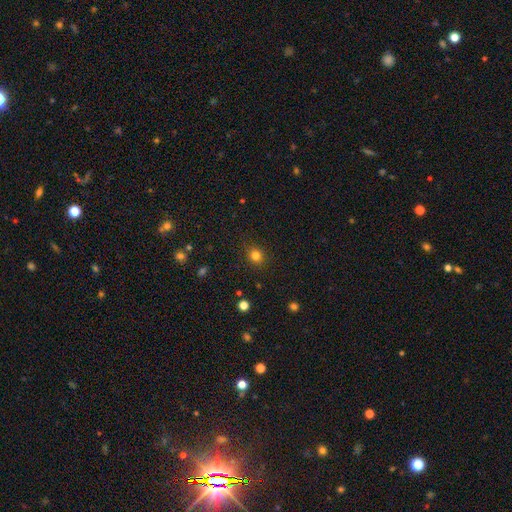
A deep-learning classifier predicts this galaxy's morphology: This is clearly a smooth galaxy (81%). How rounded: clearly round (84%). Merging: clearly none (88%).